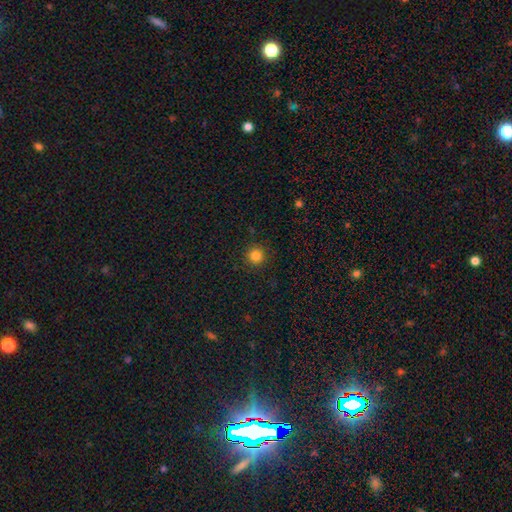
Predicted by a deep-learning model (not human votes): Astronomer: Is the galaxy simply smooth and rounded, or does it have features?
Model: smooth — 83%.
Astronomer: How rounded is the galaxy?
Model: round — 95%.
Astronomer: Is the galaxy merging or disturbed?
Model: none — 92%.